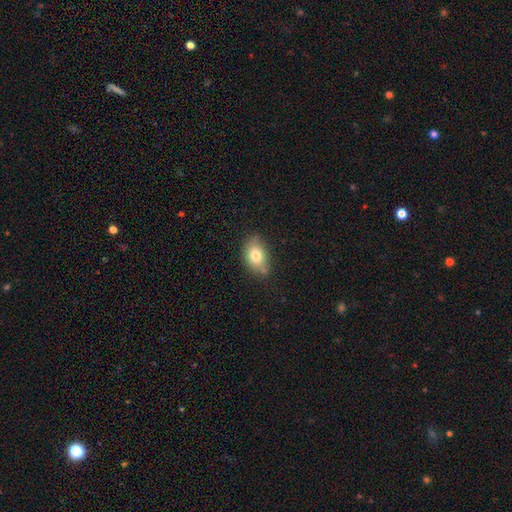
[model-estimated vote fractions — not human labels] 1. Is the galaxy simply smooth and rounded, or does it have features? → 78% smooth, 13% featured or disk, 9% star or artifact.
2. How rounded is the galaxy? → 80% in between, 18% round, 2% cigar-shaped.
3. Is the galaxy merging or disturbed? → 71% none, 22% minor disturbance, 4% major disturbance, 4% merger.